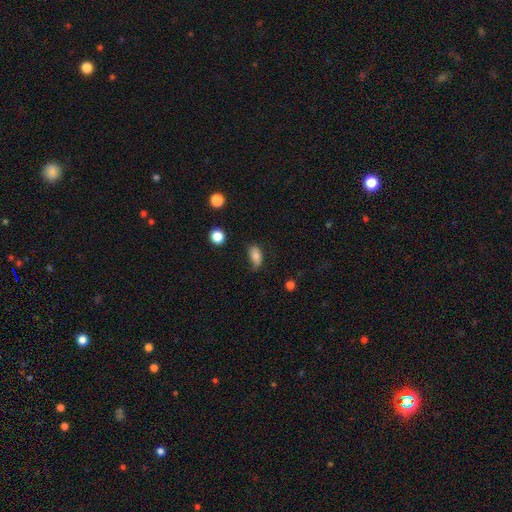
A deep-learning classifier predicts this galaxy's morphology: smooth-or-featured: smooth: 81% | featured or disk: 10% | star or artifact: 9%
  how-rounded: in between: 89% | round: 7% | cigar-shaped: 4%
  merging: none: 59% | minor disturbance: 31% | major disturbance: 9% | merger: 2%